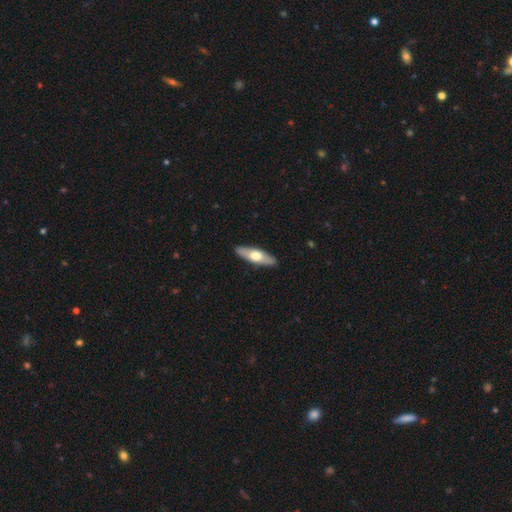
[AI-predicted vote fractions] smooth 52%, featured or disk 44%, star or artifact 5%. Down the decision tree: how rounded — in between (50%); merging — none (89%).